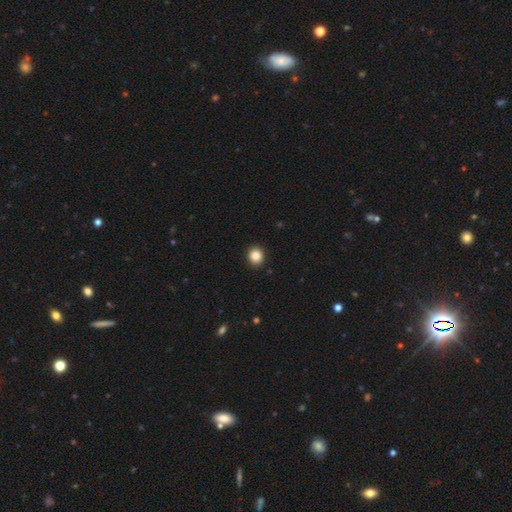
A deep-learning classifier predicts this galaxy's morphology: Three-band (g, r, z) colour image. It shows a smooth galaxy with no disk features (87%) that is round (84%). Merging: none (91%).